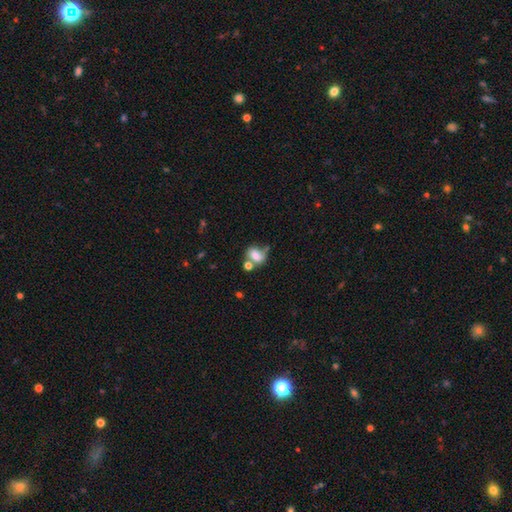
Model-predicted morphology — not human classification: Smooth or featured? smooth (69%)
How rounded? in between (67%)
Merging? none (38%)